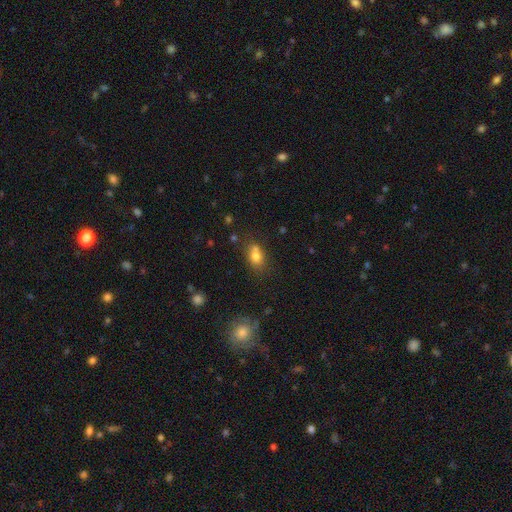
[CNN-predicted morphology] Overall: smooth (76%). How rounded: in between (66%; round 31%). Merging: none (51%; merger 28%).